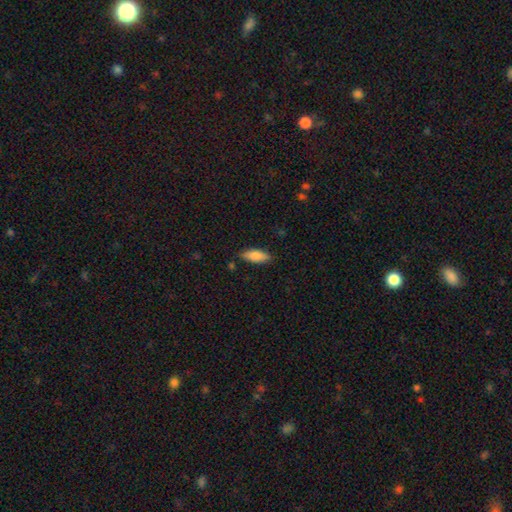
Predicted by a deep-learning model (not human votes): The model was most divided on "how rounded": in between: 71%, cigar-shaped: 27%, round: 2%. More confident: merging — none (83%); smooth or featured — smooth (82%).